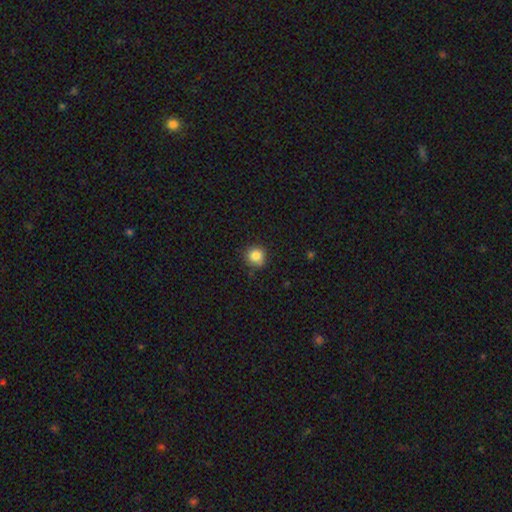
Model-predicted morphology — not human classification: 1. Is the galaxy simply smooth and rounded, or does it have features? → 84% smooth, 11% star or artifact, 5% featured or disk.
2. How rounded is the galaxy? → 91% round, 9% in between, 1% cigar-shaped.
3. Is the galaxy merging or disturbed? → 83% none, 13% minor disturbance, 2% major disturbance, 2% merger.